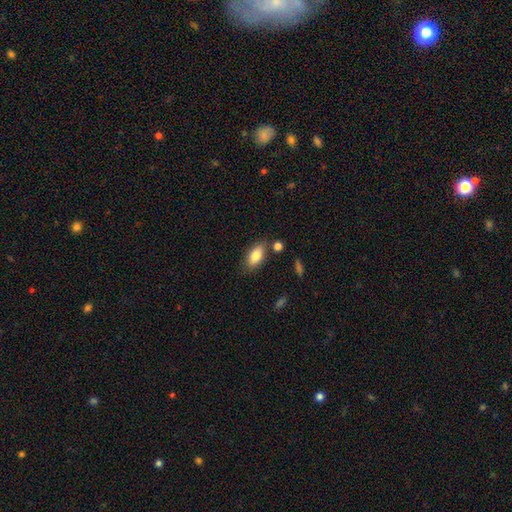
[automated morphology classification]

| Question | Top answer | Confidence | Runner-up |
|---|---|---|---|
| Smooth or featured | smooth | 81% | featured or disk (12%) |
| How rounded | in between | 89% | cigar-shaped (6%) |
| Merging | none | 77% | minor disturbance (13%) |